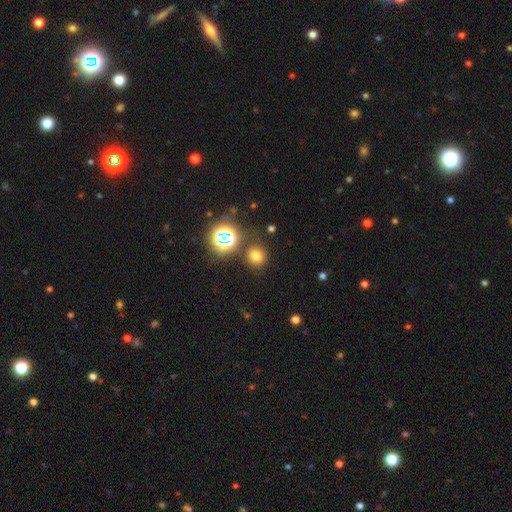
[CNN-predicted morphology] Overall: smooth (68%). How rounded: round (88%). Merging: none (84%).